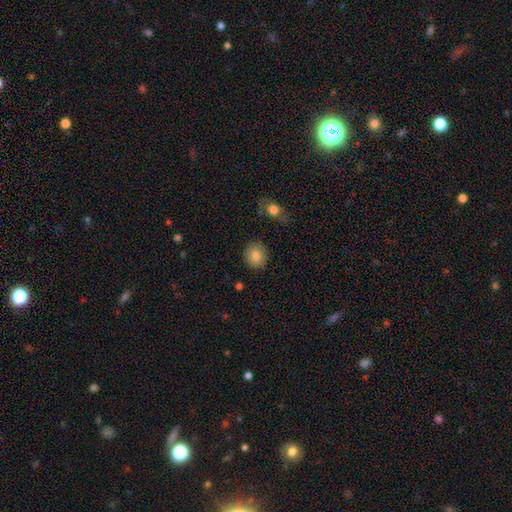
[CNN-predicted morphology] A smooth galaxy with no disk features (82%) that is round (83%).

Vote fractions:
- Smooth or featured? smooth: 82% / featured or disk: 9% / star or artifact: 8%
- How rounded? round: 83% / in between: 16% / cigar-shaped: 1%
- Merging? none: 88% / minor disturbance: 8% / major disturbance: 2% / merger: 2%